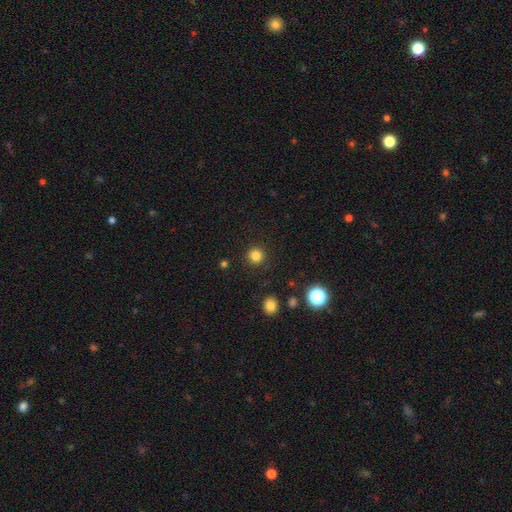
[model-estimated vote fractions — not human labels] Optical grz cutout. It shows a smooth galaxy with no disk features (82%) that is round (94%). Merging: none (91%).